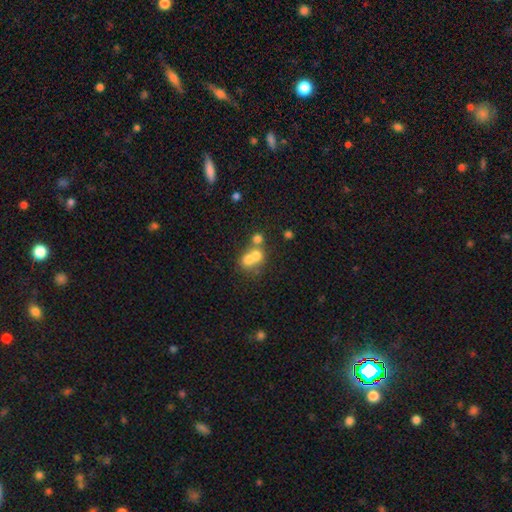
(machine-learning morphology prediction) type=smooth (65%); roundness=round (76%); merging=merger (64%).